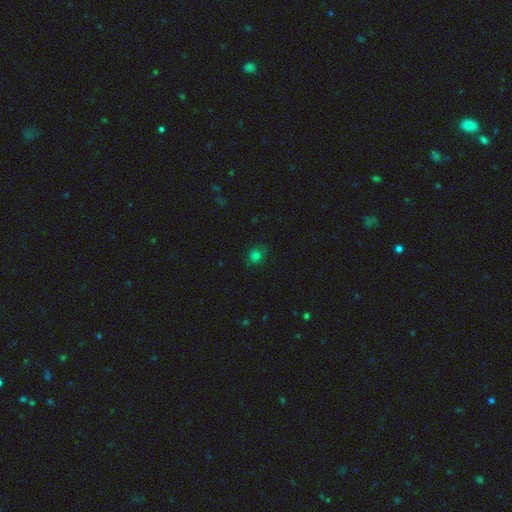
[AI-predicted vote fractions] A smooth galaxy with no disk features (75%) that is round (80%). Merging: none (76%).